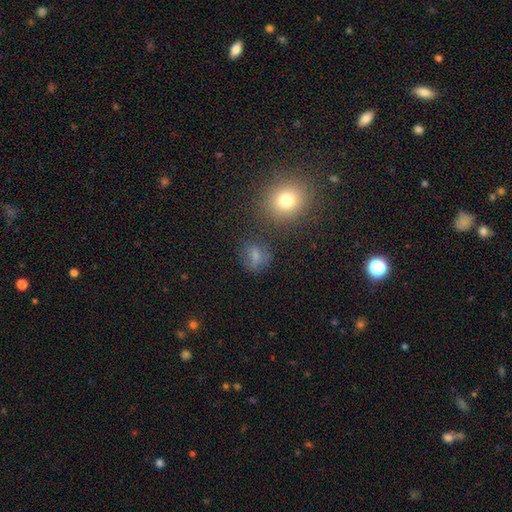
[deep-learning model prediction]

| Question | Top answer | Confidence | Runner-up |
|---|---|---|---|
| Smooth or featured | smooth | 70% | star or artifact (18%) |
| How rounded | round | 55% | in between (42%) |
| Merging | none | 64% | minor disturbance (19%) |